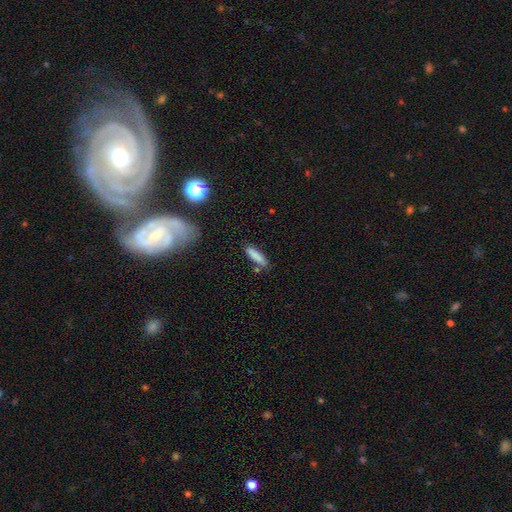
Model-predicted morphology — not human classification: This appears to be a smooth galaxy with no disk features (84%) that is cigar-shaped (73%). Merging: none (78%).